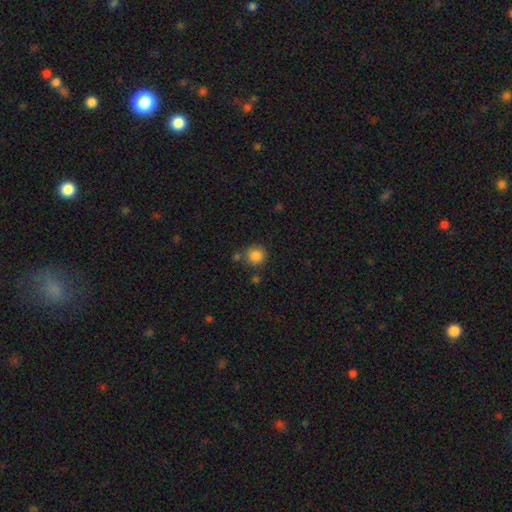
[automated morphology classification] Q: Smooth or featured?
A: smooth (85%); runner-up: star or artifact (10%)
Q: How rounded?
A: round (92%); runner-up: in between (7%)
Q: Merging?
A: none (77%); runner-up: minor disturbance (11%)